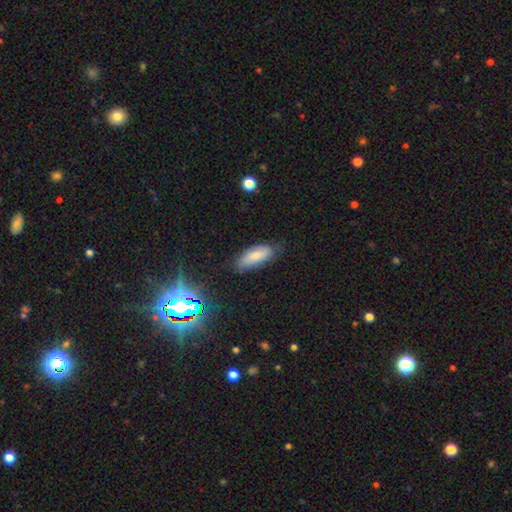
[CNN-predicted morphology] smooth_or_featured: smooth (p=0.79) [alt: featured or disk p=0.13]
how_rounded: in between (p=0.78) [alt: cigar-shaped p=0.20]
merging: none (p=0.69) [alt: minor disturbance p=0.24]